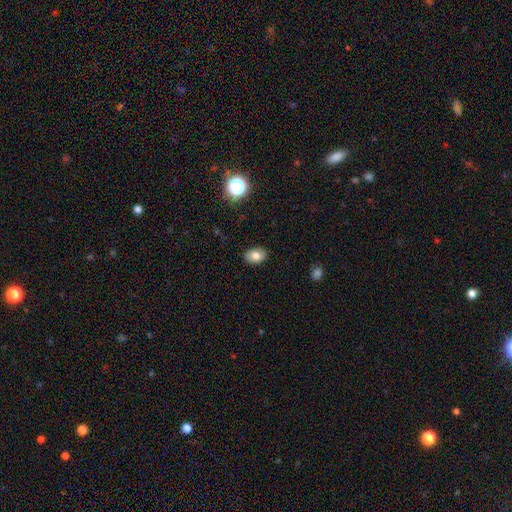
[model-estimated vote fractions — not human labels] Overall: smooth (78%). How rounded: in between (81%). Merging: none (87%).